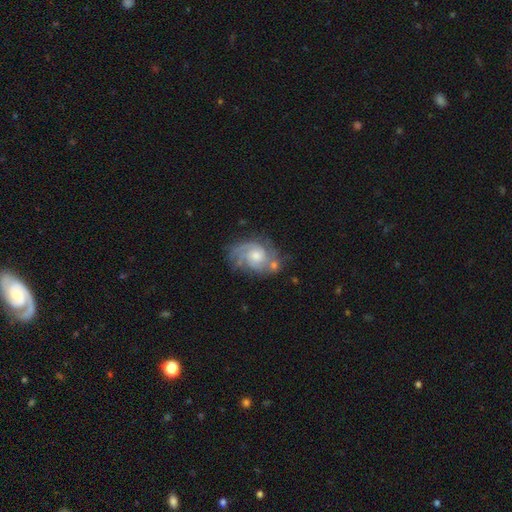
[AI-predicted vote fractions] Q: Smooth or featured?
A: featured or disk (81%); runner-up: smooth (13%)
Q: Edge-on disk?
A: no (97%); runner-up: yes (3%)
Q: Bar?
A: no (72%); runner-up: weak (25%)
Q: Spiral arms?
A: yes (93%); runner-up: no (7%)
Q: Spiral winding?
A: tight (49%); runner-up: medium (39%)
Q: Spiral arm count?
A: 2 (40%); runner-up: can't tell (25%)
Q: Bulge size?
A: moderate (57%); runner-up: small (29%)
Q: Merging?
A: none (55%); runner-up: minor disturbance (22%)